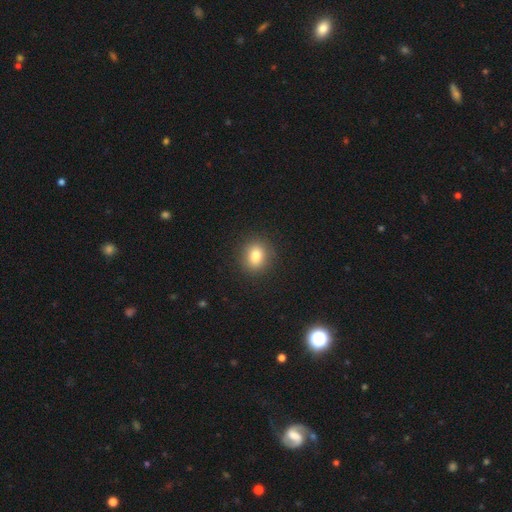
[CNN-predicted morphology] type=smooth (82%); roundness=round (69%); merging=none (89%).